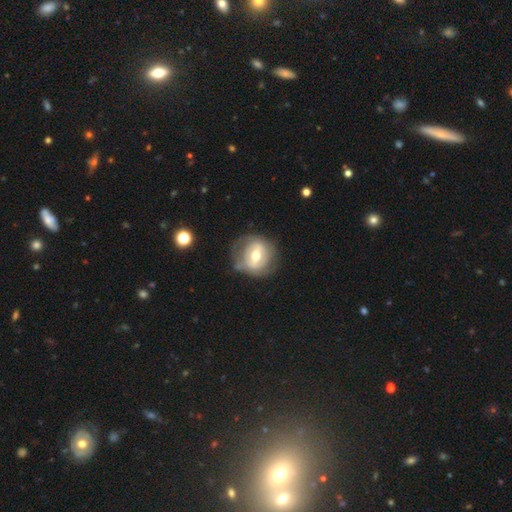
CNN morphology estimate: This appears to be a featured or disk galaxy (62%) with a strong bar (41%), no spiral arms (60%) and a moderate central bulge (73%). Merging: none (64%).